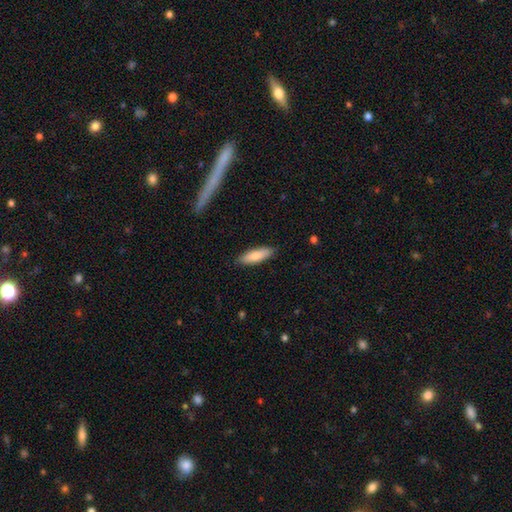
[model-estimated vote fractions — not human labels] smooth_or_featured: smooth (p=0.81) [alt: featured or disk p=0.13]
how_rounded: cigar-shaped (p=0.50) [alt: in between p=0.49]
merging: none (p=0.86) [alt: minor disturbance p=0.11]